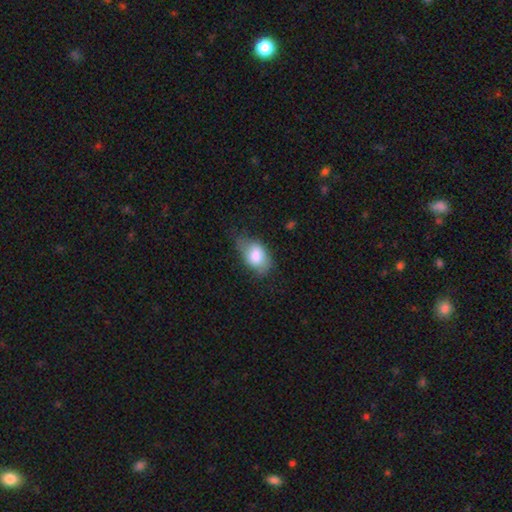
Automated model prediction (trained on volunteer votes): Q: Smooth or featured?
A: smooth (79%); runner-up: featured or disk (15%)
Q: How rounded?
A: in between (87%); runner-up: round (12%)
Q: Merging?
A: none (44%); runner-up: minor disturbance (39%)